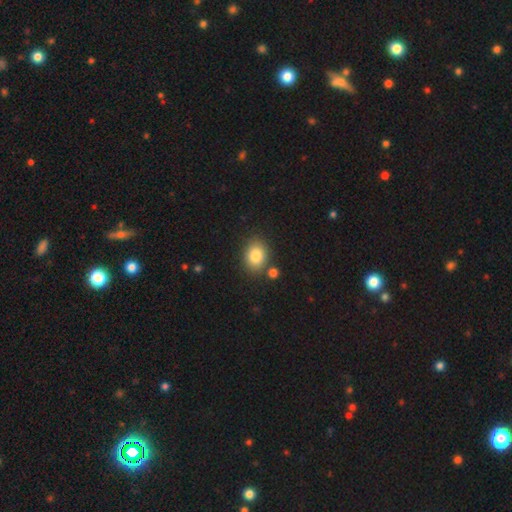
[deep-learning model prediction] smooth-or-featured: smooth: 84% | star or artifact: 9% | featured or disk: 8%
  how-rounded: in between: 63% | round: 36% | cigar-shaped: 1%
  merging: none: 80% | minor disturbance: 10% | merger: 7% | major disturbance: 3%